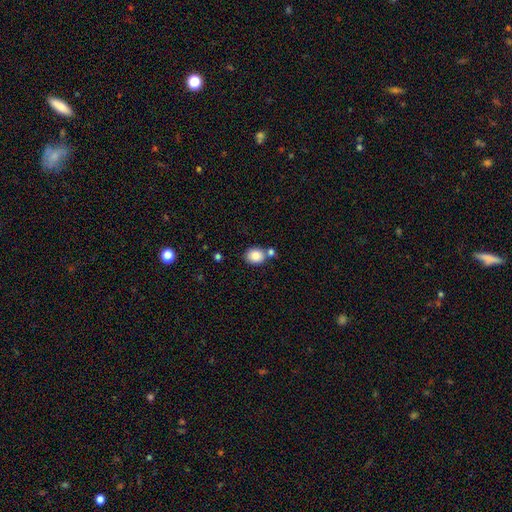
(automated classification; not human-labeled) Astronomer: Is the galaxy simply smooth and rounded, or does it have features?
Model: smooth — 86%.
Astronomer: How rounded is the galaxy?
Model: round — 51% (runner-up: in between, 48%).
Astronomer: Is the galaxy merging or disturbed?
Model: none — 65%.